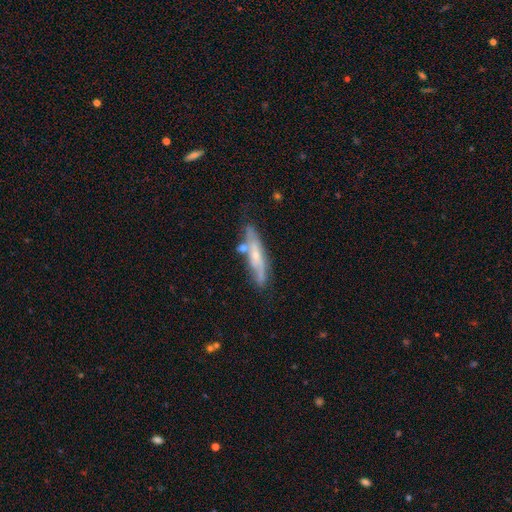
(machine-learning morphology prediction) Q: Smooth or featured?
A: featured or disk (58%); runner-up: smooth (35%)
Q: Edge-on disk?
A: yes (60%); runner-up: no (40%)
Q: Merging?
A: none (65%); runner-up: minor disturbance (20%)